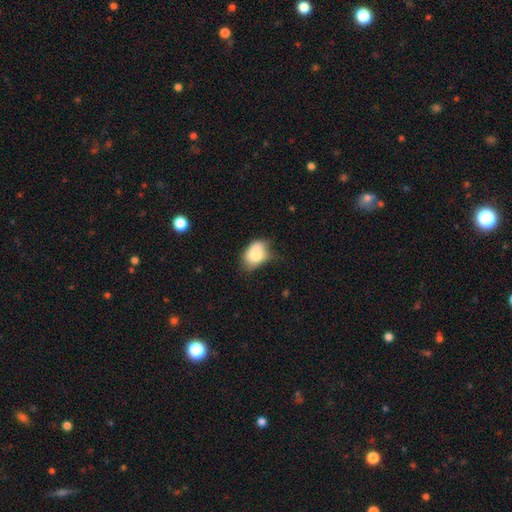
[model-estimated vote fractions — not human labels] A smooth galaxy with no disk features (81%) that is in between round and cigar-shaped (78%).

Vote fractions:
- Smooth or featured? smooth: 81% / featured or disk: 11% / star or artifact: 8%
- How rounded? in between: 78% / round: 21% / cigar-shaped: 1%
- Merging? none: 44% / minor disturbance: 41% / major disturbance: 13% / merger: 3%